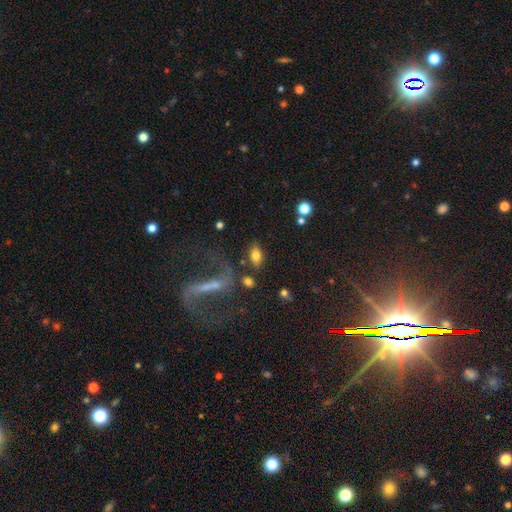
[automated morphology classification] Q: Smooth or featured?
A: smooth (74%); runner-up: featured or disk (17%)
Q: How rounded?
A: in between (87%); runner-up: round (7%)
Q: Merging?
A: none (76%); runner-up: minor disturbance (12%)